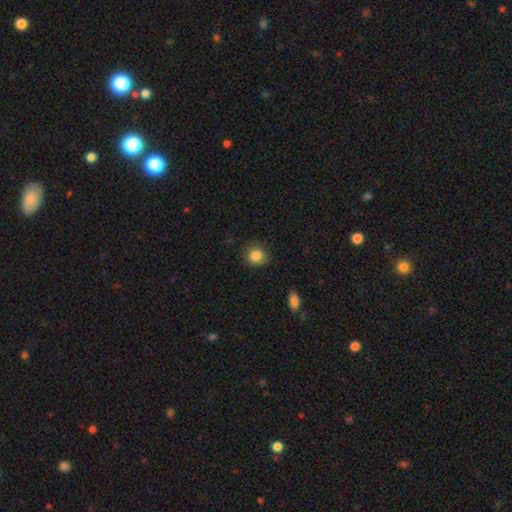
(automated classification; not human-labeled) The model was most divided on "how rounded": round: 85%, in between: 14%, cigar-shaped: 1%. More confident: merging — none (87%); smooth or featured — smooth (85%).